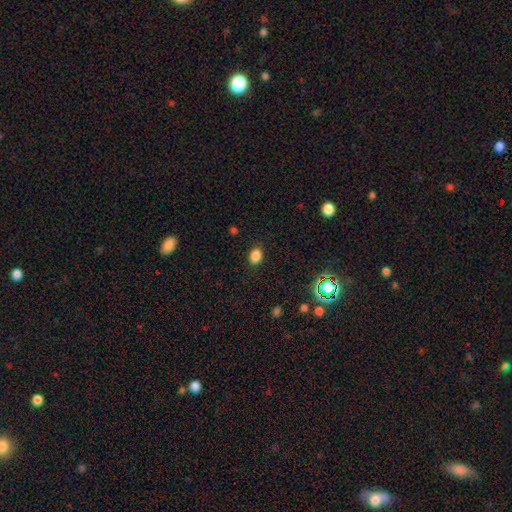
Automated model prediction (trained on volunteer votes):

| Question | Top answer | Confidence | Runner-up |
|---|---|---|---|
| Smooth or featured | smooth | 84% | star or artifact (13%) |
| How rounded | in between | 61% | round (38%) |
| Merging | none | 87% | minor disturbance (9%) |